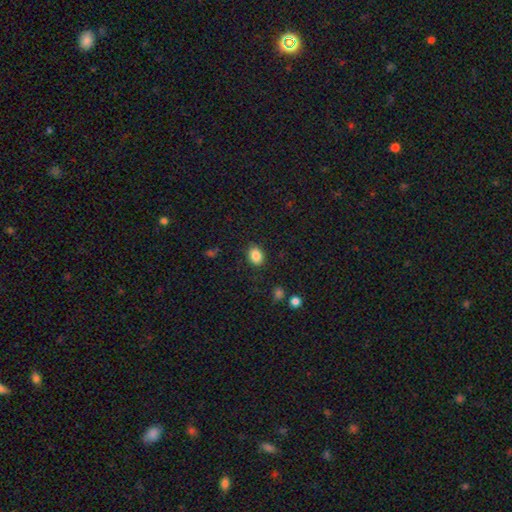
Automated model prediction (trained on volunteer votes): Smooth or featured? Predicted: smooth (p=0.86). How rounded? Predicted: in between (p=0.62). Merging? Predicted: none (p=0.87).